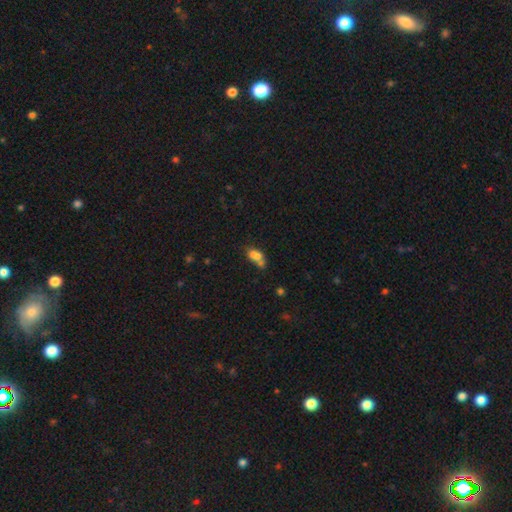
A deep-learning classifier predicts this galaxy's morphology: Q: Smooth or featured?
A: smooth (73%); runner-up: featured or disk (15%)
Q: How rounded?
A: in between (79%); runner-up: round (17%)
Q: Merging?
A: merger (50%); runner-up: none (28%)